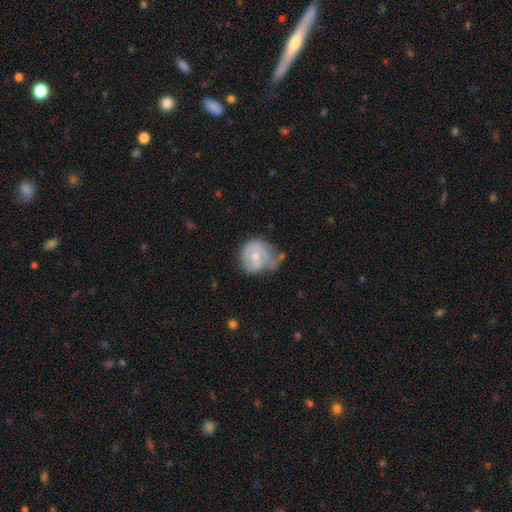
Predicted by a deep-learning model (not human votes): Smooth or featured: smooth — 48% (featured or disk — 46%)
Merging: none — 37% (minor disturbance — 34%)